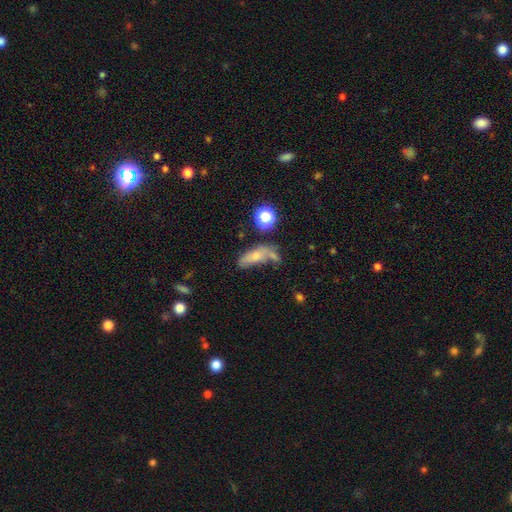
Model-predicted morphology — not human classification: Smooth or featured?
  - smooth: 68% *
  - featured or disk: 19%
  - star or artifact: 13%
How rounded?
  - in between: 69% *
  - cigar-shaped: 24%
  - round: 6%
Merging?
  - none: 41% *
  - merger: 25%
  - minor disturbance: 21%
  - major disturbance: 13%